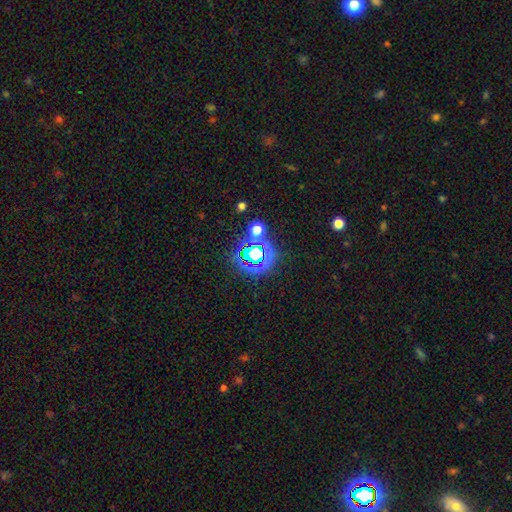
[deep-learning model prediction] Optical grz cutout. It shows a star or artifact, not a galaxy (67%).